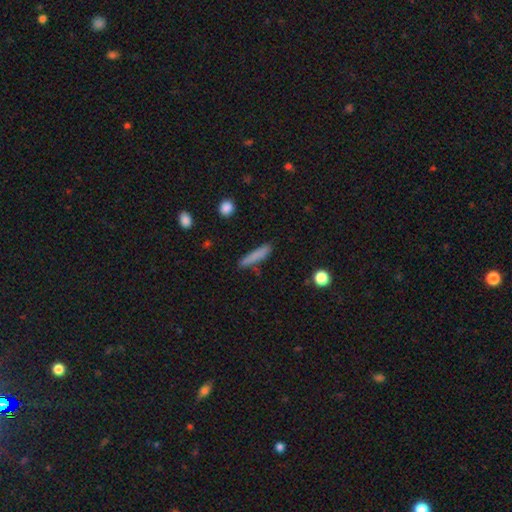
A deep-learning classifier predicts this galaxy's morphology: Overall: smooth (80%). How rounded: cigar-shaped (88%). Merging: none (80%).